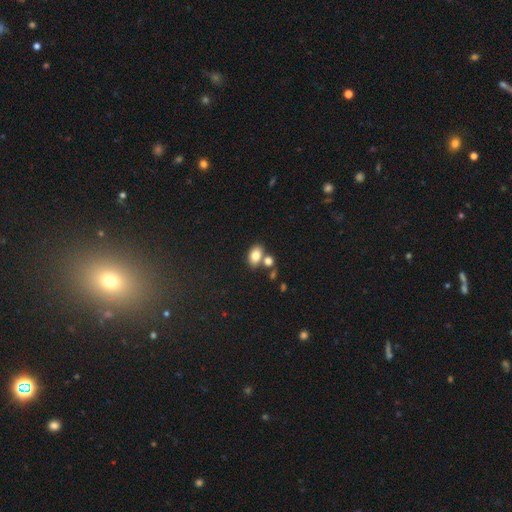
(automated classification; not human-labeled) Smooth or featured? Predicted: smooth (p=0.80). How rounded? Predicted: in between (p=0.84). Merging? Predicted: none (p=0.58).